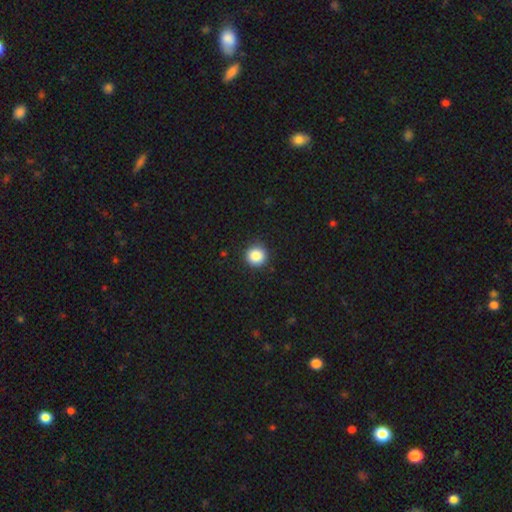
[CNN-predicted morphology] Q: Smooth or featured?
A: smooth (87%); runner-up: star or artifact (10%)
Q: How rounded?
A: round (94%); runner-up: in between (5%)
Q: Merging?
A: none (91%); runner-up: minor disturbance (6%)